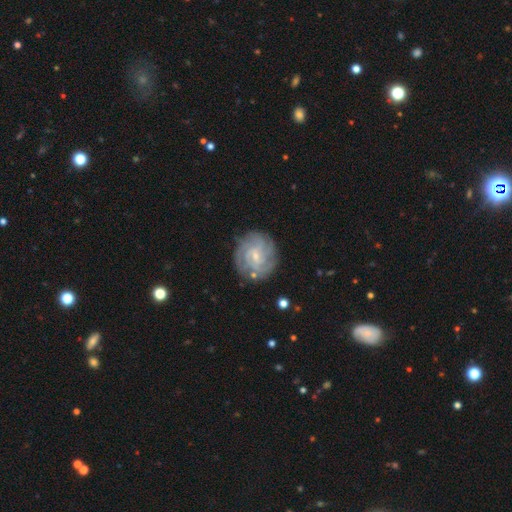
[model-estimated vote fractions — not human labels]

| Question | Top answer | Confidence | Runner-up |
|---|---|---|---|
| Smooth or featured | featured or disk | 80% | smooth (14%) |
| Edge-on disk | no | 98% | yes (2%) |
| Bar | no | 46% | tied: weak (46%) |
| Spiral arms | yes | 94% | no (6%) |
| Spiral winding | tight | 66% | medium (27%) |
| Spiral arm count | can't tell | 33% | 4 (27%) |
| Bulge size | small | 74% | moderate (20%) |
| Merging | none | 80% | minor disturbance (13%) |